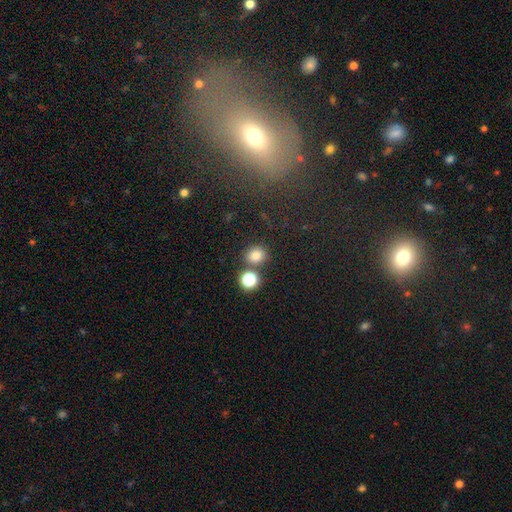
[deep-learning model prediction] A smooth galaxy with no disk features (78%) that is round (78%). Merging: none (75%).